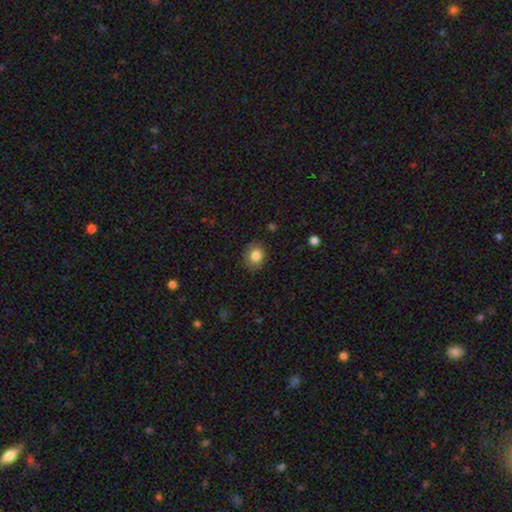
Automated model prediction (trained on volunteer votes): The model was most divided on "how rounded": round: 56%, in between: 44%, cigar-shaped: 1%. More confident: merging — none (84%); smooth or featured — smooth (82%).